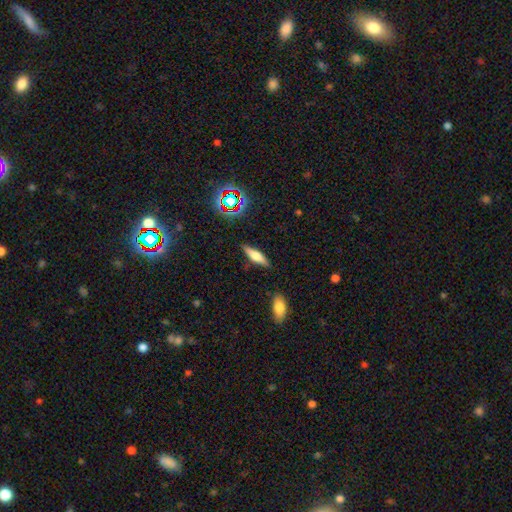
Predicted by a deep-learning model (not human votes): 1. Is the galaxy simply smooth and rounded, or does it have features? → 51% smooth, 39% featured or disk, 9% star or artifact.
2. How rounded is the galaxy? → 67% cigar-shaped, 31% in between, 3% round.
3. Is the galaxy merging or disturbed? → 86% none, 10% minor disturbance, 3% major disturbance, 2% merger.